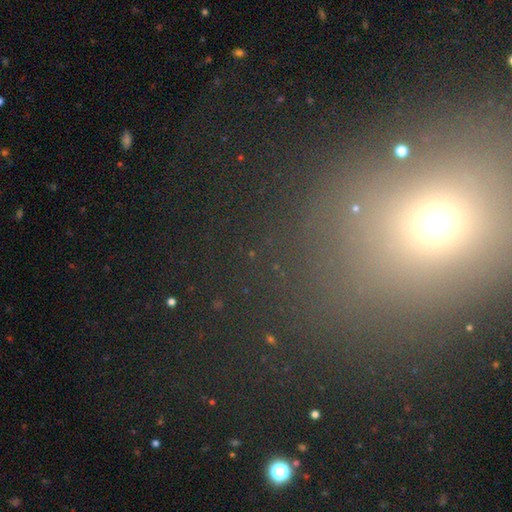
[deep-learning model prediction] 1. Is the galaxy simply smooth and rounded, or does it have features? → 47% star or artifact, 41% smooth, 12% featured or disk.